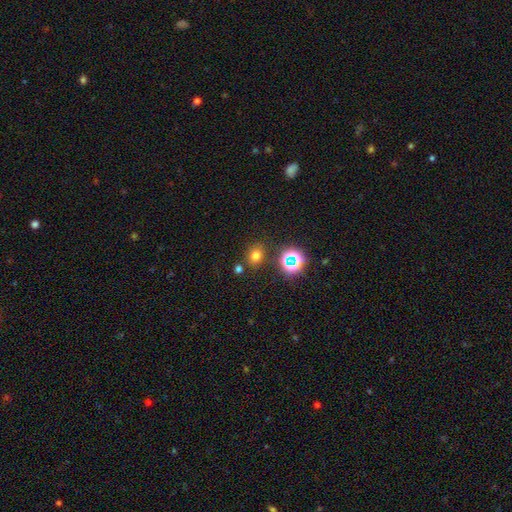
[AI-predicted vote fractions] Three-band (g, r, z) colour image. It shows a smooth galaxy with no disk features (70%) that is round (57%). Merging: none (80%).